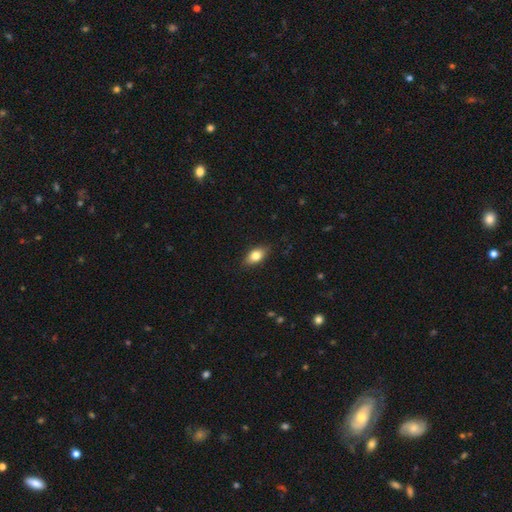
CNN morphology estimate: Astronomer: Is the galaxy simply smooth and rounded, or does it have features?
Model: smooth — 77%.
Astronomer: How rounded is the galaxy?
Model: in between — 85%.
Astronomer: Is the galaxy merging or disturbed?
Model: none — 84%.